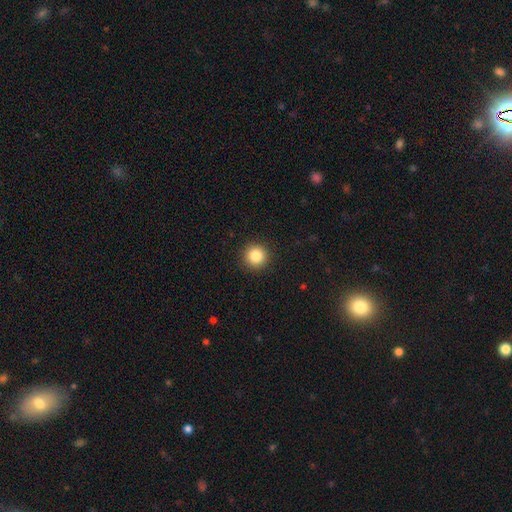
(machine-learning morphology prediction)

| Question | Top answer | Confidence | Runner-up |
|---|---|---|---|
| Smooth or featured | smooth | 84% | star or artifact (11%) |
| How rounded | round | 95% | in between (4%) |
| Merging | none | 92% | minor disturbance (5%) |